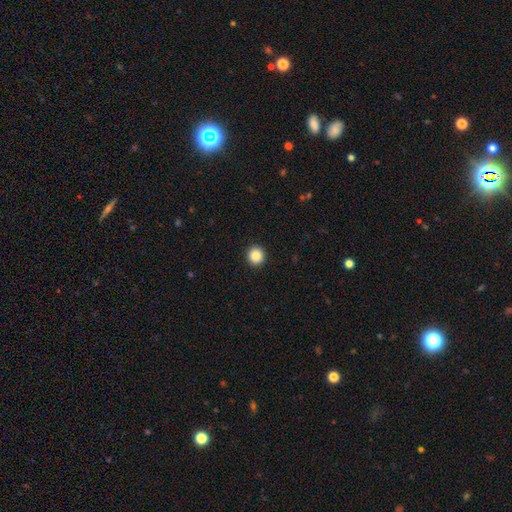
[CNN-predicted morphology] Smooth or featured? smooth (87%)
How rounded? round (92%)
Merging? none (93%)